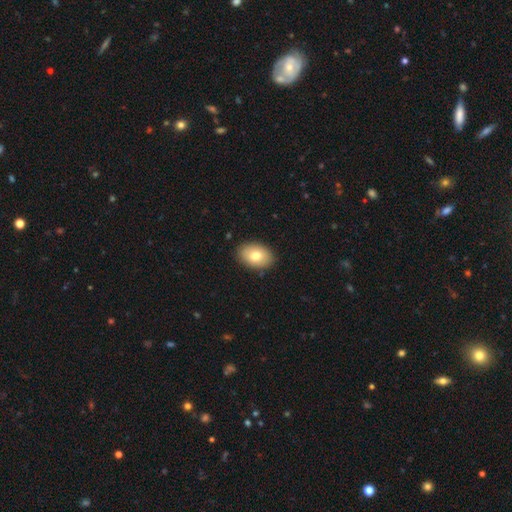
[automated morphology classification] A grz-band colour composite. It shows a smooth galaxy with no disk features (78%) that is in between round and cigar-shaped (85%). Merging: none (88%).